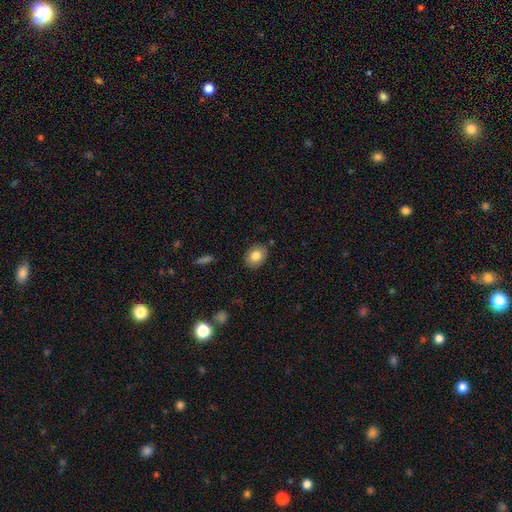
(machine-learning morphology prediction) Smooth or featured? smooth (82%)
How rounded? in between (69%)
Merging? none (87%)